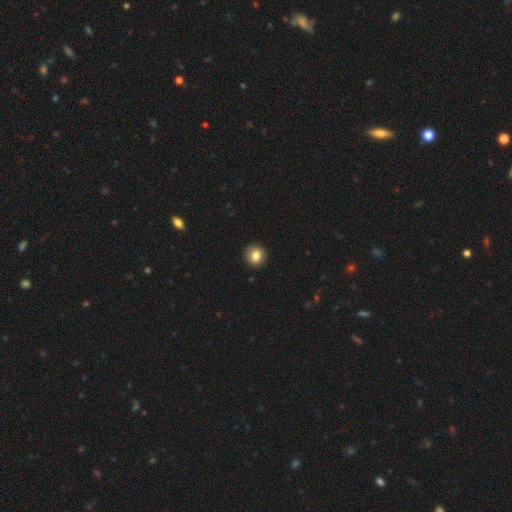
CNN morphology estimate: A smooth galaxy with no disk features (81%) that is round (79%).

Vote fractions:
- Smooth or featured? smooth: 81% / star or artifact: 9% / featured or disk: 9%
- How rounded? round: 79% / in between: 20% / cigar-shaped: 1%
- Merging? none: 88% / minor disturbance: 9% / major disturbance: 2% / merger: 1%